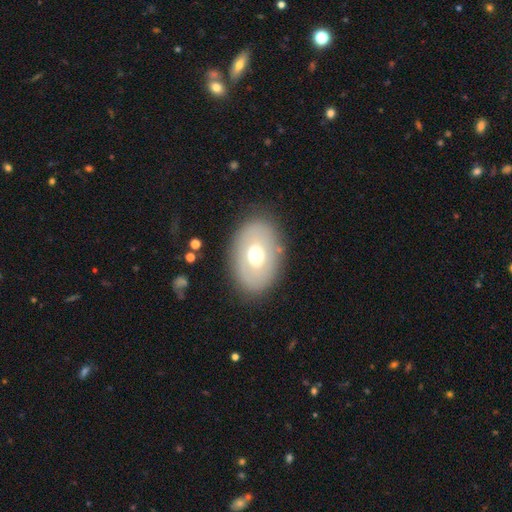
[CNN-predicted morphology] smooth_or_featured: smooth (p=0.57) [alt: featured or disk p=0.34]
how_rounded: in between (p=0.79) [alt: round p=0.20]
merging: none (p=0.82) [alt: minor disturbance p=0.11]